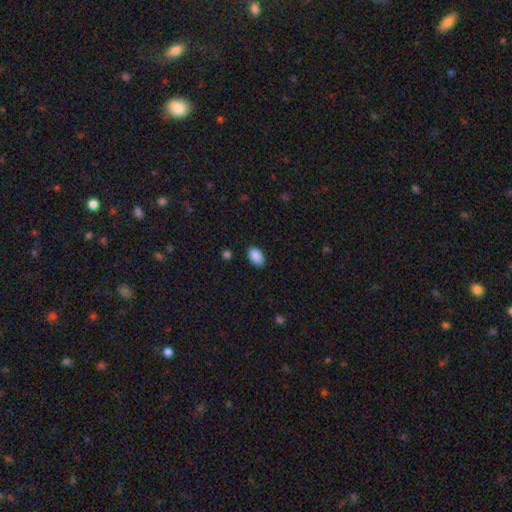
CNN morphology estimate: Q: Smooth or featured?
A: smooth (89%); runner-up: star or artifact (8%)
Q: How rounded?
A: in between (91%); runner-up: round (8%)
Q: Merging?
A: none (82%); runner-up: minor disturbance (14%)